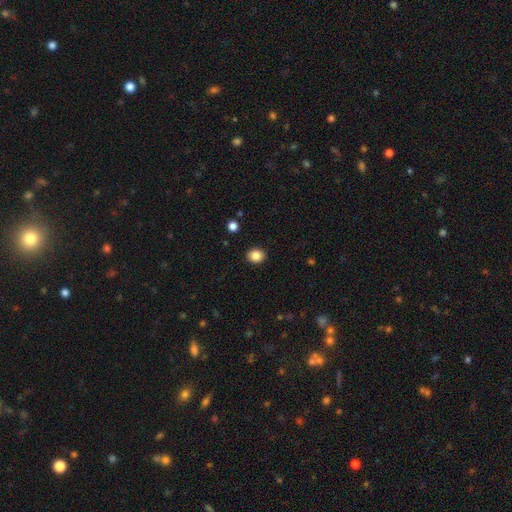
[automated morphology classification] Smooth or featured?
  - smooth: 86% *
  - star or artifact: 10%
  - featured or disk: 5%
How rounded?
  - round: 68% *
  - in between: 31%
  - cigar-shaped: 1%
Merging?
  - none: 91% *
  - minor disturbance: 6%
  - major disturbance: 2%
  - merger: 1%